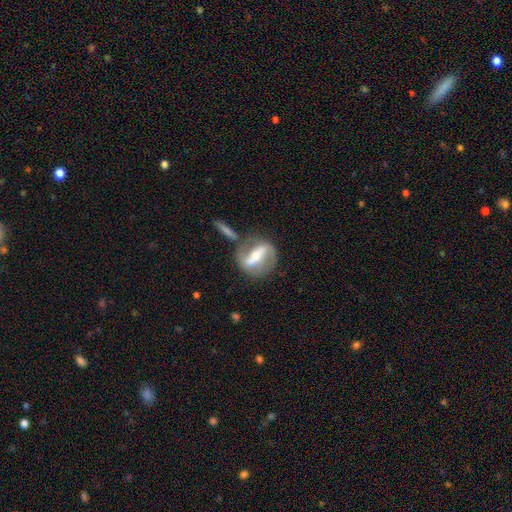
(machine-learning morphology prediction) The model was most divided on "bulge size": moderate: 59%, small: 34%, large: 4%, none: 1%, dominant: 1%. More confident: edge-on disk — no (88%); smooth or featured — featured or disk (76%); spiral arms — yes (72%); bar — strong (70%); merging — none (67%).